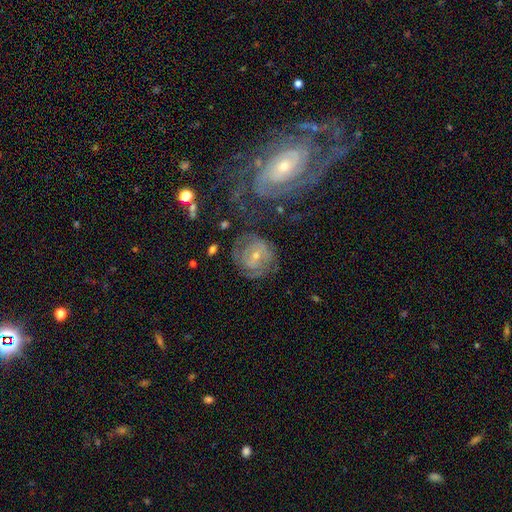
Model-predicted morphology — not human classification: type=featured or disk (74%); edge-on=no (96%); bar=weak (44%); spiral arms=yes (84%); winding=tight (62%); arm count=can't tell (42%); bulge=small (58%); merging=none (62%).